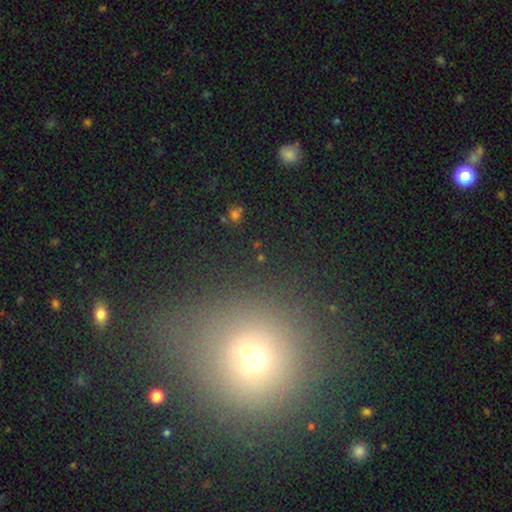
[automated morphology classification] A smooth galaxy with no disk features (48%).

Vote fractions:
- Smooth or featured? smooth: 48% / star or artifact: 37% / featured or disk: 15%
- Merging? none: 57% / merger: 25% / minor disturbance: 11% / major disturbance: 7%